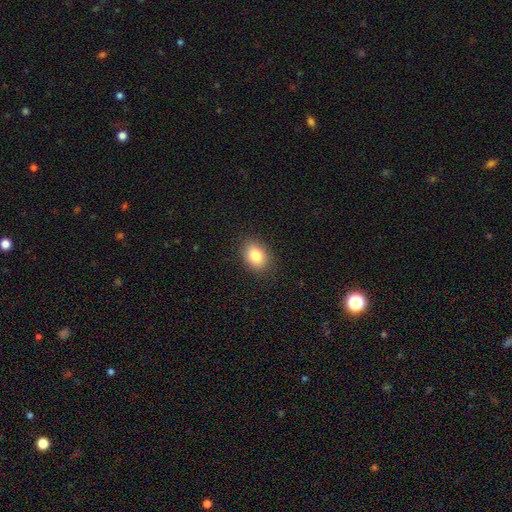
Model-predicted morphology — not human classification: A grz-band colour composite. It shows a smooth galaxy with no disk features (83%) that is in between round and cigar-shaped (74%). Merging: none (88%).